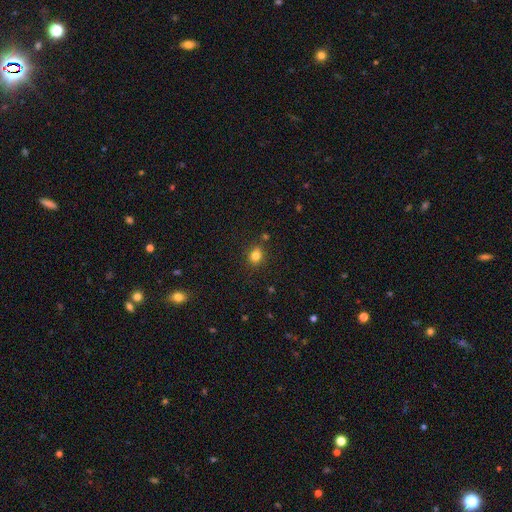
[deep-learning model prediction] Smooth or featured: smooth — 80% (star or artifact — 13%)
How rounded: round — 63% (in between — 36%)
Merging: none — 80% (minor disturbance — 12%)